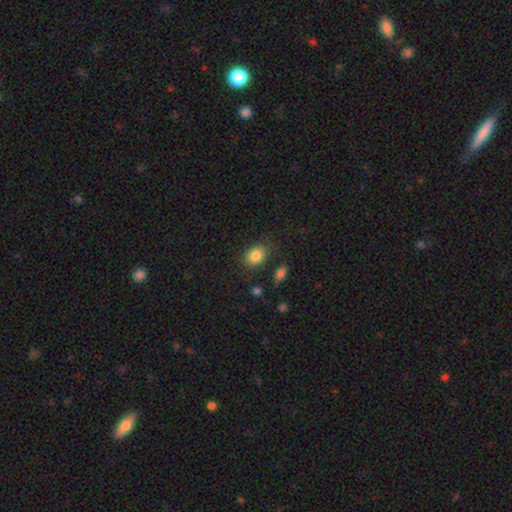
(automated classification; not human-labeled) Smooth or featured? smooth (85%)
How rounded? in between (62%)
Merging? none (77%)